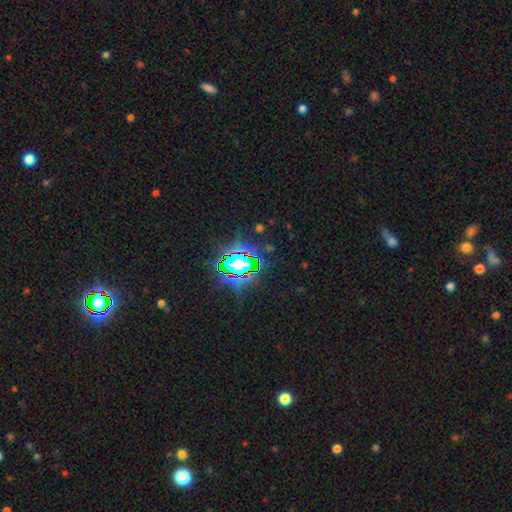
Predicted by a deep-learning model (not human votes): Q: Smooth or featured?
A: star or artifact (81%); runner-up: smooth (11%)